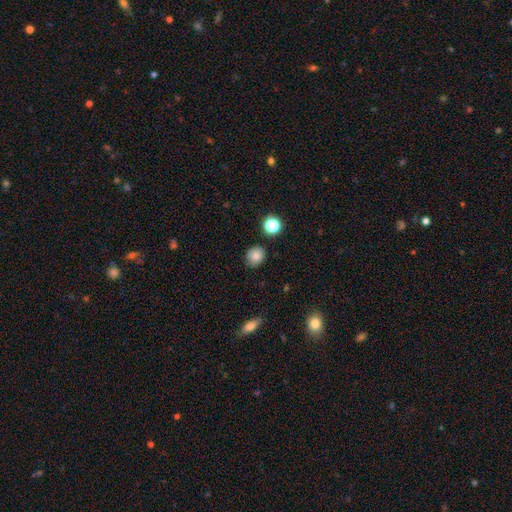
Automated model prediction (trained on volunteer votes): Smooth or featured?
  - smooth: 83% *
  - star or artifact: 11%
  - featured or disk: 7%
How rounded?
  - round: 74% *
  - in between: 25%
  - cigar-shaped: 1%
Merging?
  - none: 82% *
  - minor disturbance: 13%
  - merger: 3%
  - major disturbance: 3%